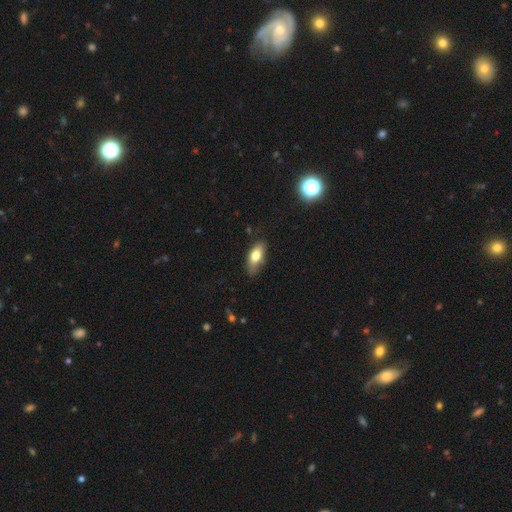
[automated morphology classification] The model was most divided on "merging": none: 64%, minor disturbance: 28%, major disturbance: 6%, merger: 2%. More confident: how rounded — in between (81%); smooth or featured — smooth (74%).